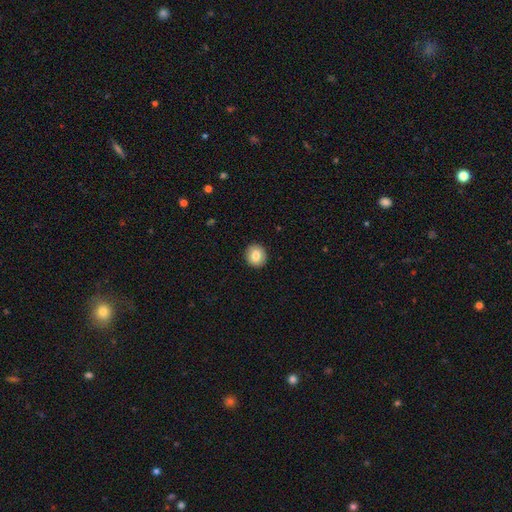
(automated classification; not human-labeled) Smooth or featured? Predicted: smooth (p=0.80). How rounded? Predicted: round (p=0.87). Merging? Predicted: none (p=0.92).